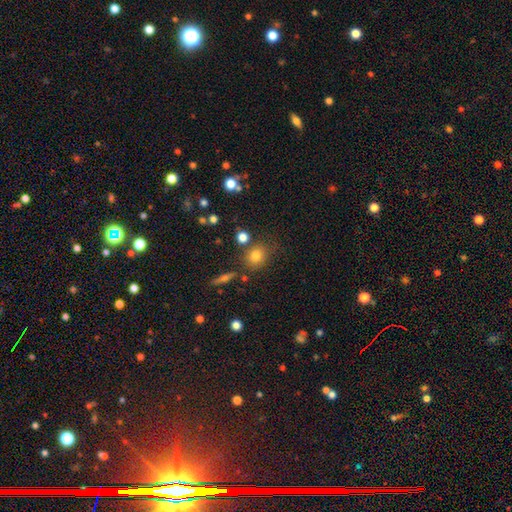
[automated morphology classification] Smooth or featured? smooth (78%)
How rounded? round (72%)
Merging? none (74%)